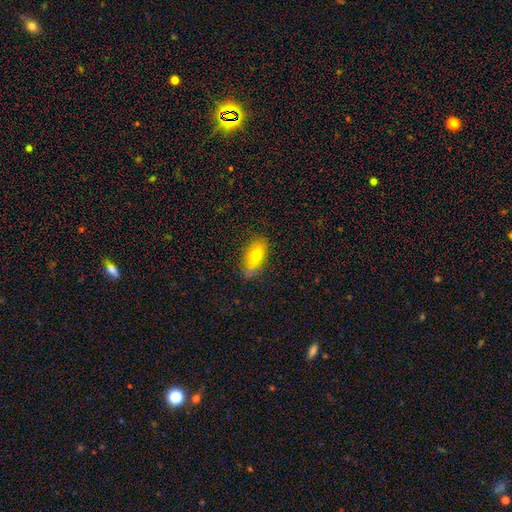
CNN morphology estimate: Smooth or featured? smooth (74%)
How rounded? in between (87%)
Merging? none (73%)